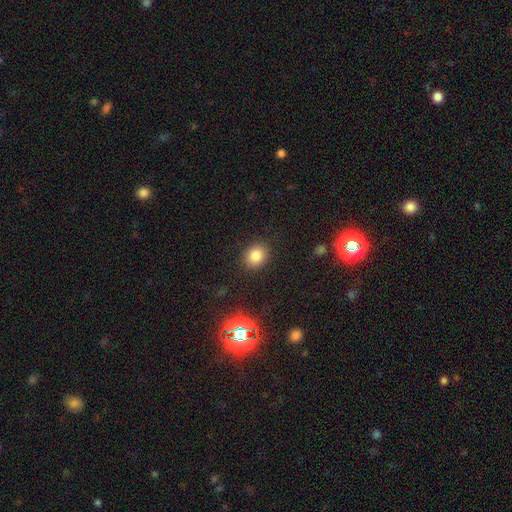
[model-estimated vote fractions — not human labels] smooth 82%, star or artifact 13%, featured or disk 6%. Down the decision tree: how rounded — round (59%); merging — none (87%).